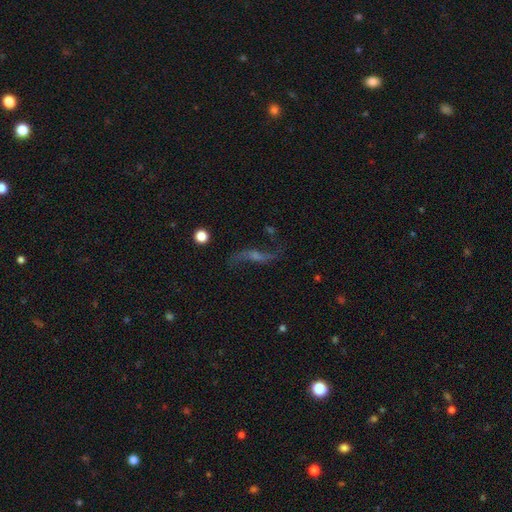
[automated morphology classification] smooth-or-featured: featured or disk: 77% | star or artifact: 12% | smooth: 11%
  disk-edge-on: no: 84% | yes: 16%
    bar: no: 43% | weak: 39% | strong: 18%
    has-spiral-arms: yes: 93% | no: 7%
      spiral-winding: loose: 92% | medium: 6% | tight: 2%
      spiral-arm-count: 2: 92% | 1: 3% | can't tell: 2% | 3: 1% | 4: 1% | more than 4: 1%
    bulge-size: small: 41% | moderate: 27% | none: 24% | large: 5% | dominant: 2%
  merging: none: 74% | minor disturbance: 14% | major disturbance: 9% | merger: 3%